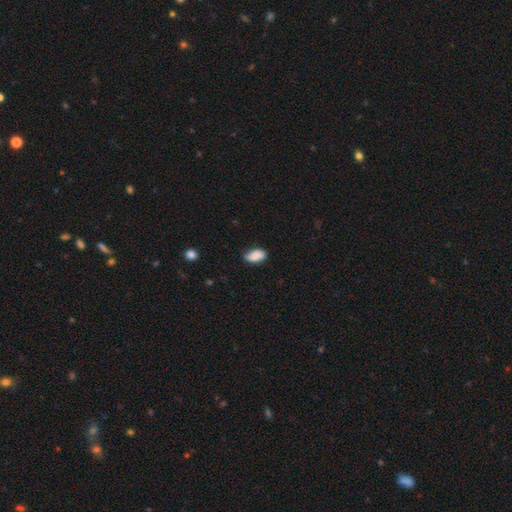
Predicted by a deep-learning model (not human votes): smooth-or-featured: smooth: 82% | featured or disk: 11% | star or artifact: 7%
  how-rounded: in between: 92% | round: 5% | cigar-shaped: 3%
  merging: none: 63% | minor disturbance: 30% | major disturbance: 5% | merger: 2%